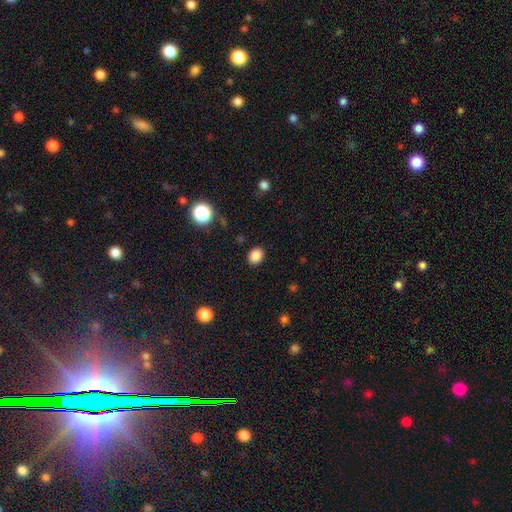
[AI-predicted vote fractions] Smooth or featured: smooth — 86% (star or artifact — 11%)
How rounded: in between — 55% (round — 44%)
Merging: none — 89% (minor disturbance — 8%)